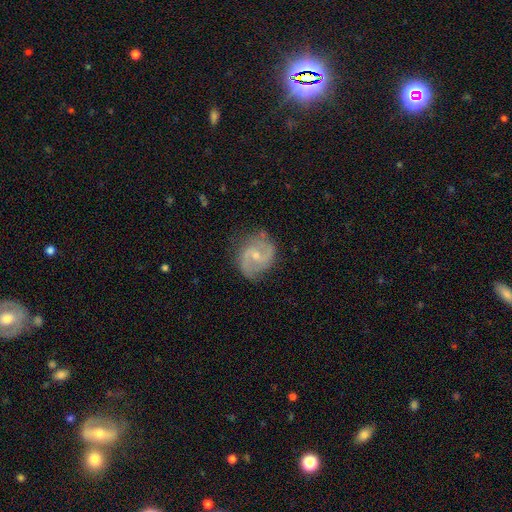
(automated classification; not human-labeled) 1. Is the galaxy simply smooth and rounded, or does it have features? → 86% featured or disk, 9% smooth, 5% star or artifact.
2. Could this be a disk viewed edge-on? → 98% no, 2% yes.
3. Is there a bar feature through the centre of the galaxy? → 50% weak, 39% no, 12% strong.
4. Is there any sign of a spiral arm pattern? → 96% yes, 4% no.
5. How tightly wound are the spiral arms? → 55% medium, 24% tight, 21% loose.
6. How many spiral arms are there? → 90% 2, 4% can't tell, 2% 3, 2% 1, 1% 4, 1% more than 4.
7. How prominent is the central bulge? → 57% small, 40% moderate, 2% none, 1% large, 1% dominant.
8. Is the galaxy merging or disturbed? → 76% none, 18% minor disturbance, 5% major disturbance, 1% merger.